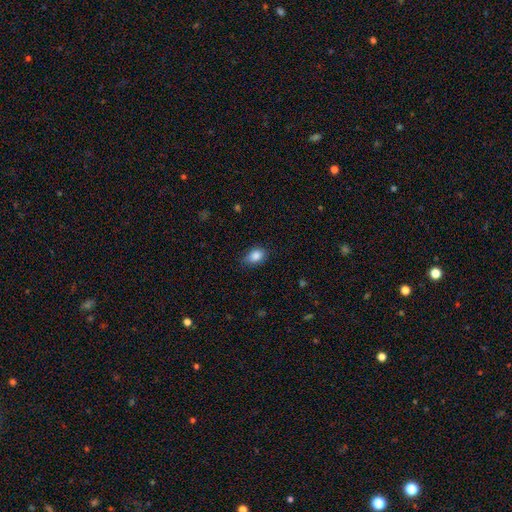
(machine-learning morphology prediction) Smooth or featured? Predicted: smooth (p=0.86). How rounded? Predicted: in between (p=0.78). Merging? Predicted: none (p=0.74).